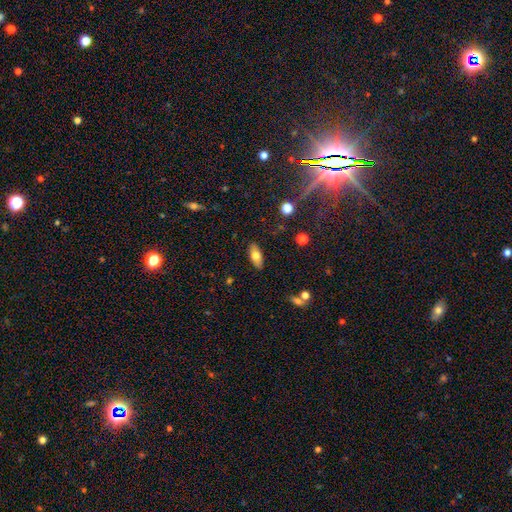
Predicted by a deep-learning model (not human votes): Smooth or featured? Predicted: smooth (p=0.71). How rounded? Predicted: in between (p=0.83). Merging? Predicted: none (p=0.87).